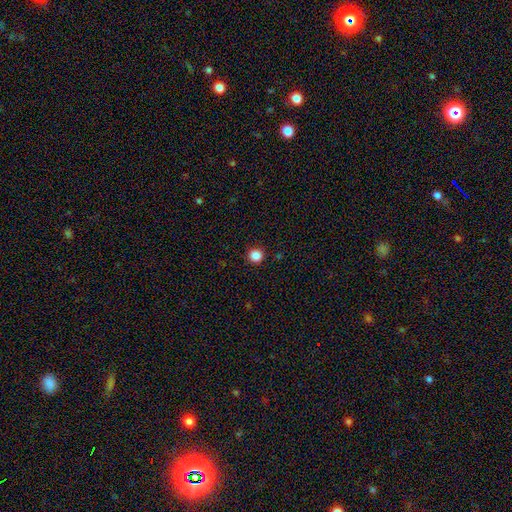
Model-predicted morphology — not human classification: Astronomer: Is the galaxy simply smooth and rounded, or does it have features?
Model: smooth — 86%.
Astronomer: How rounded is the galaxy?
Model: round — 95%.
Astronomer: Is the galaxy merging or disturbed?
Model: none — 92%.